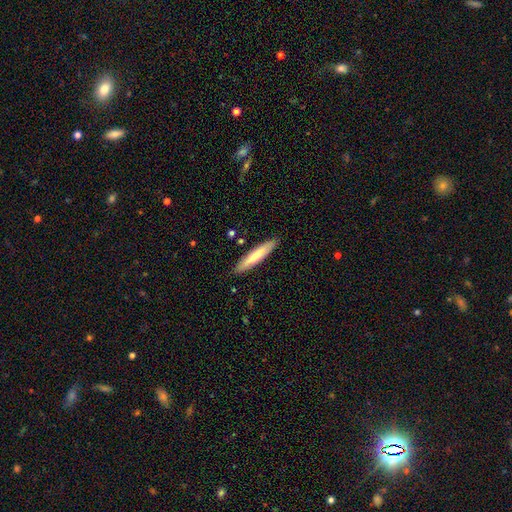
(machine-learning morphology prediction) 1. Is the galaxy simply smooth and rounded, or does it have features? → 60% smooth, 35% featured or disk, 5% star or artifact.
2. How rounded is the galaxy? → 88% cigar-shaped, 11% in between, 1% round.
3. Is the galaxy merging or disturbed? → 90% none, 8% minor disturbance, 2% major disturbance, 1% merger.